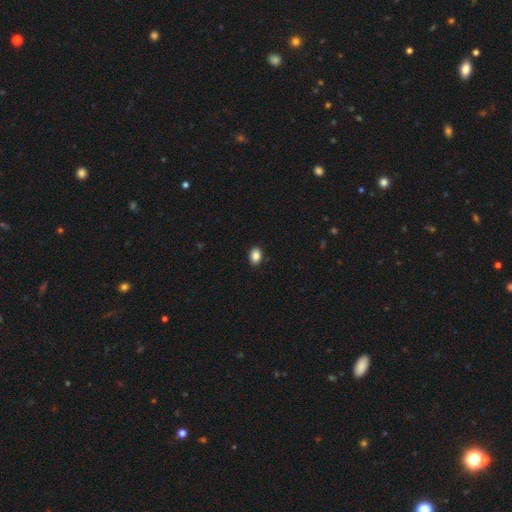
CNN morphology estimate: The model was most divided on "how rounded": in between: 74%, round: 25%, cigar-shaped: 1%. More confident: merging — none (90%); smooth or featured — smooth (87%).